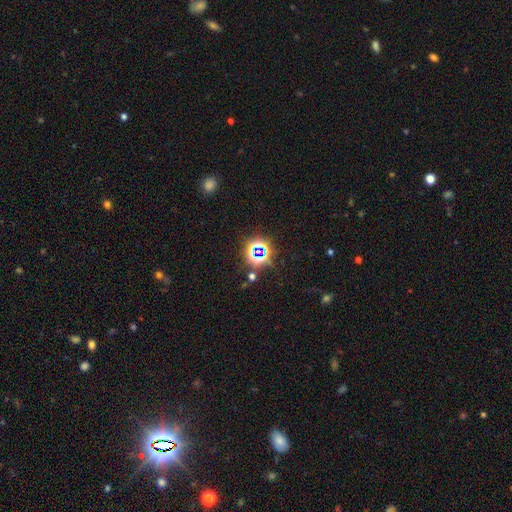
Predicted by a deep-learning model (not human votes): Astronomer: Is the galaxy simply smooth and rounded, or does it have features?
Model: star or artifact — 72%.